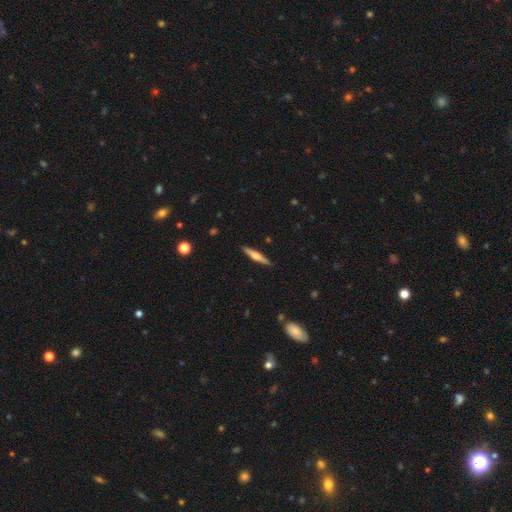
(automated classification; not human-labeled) Overall: featured or disk (60%; smooth 34%). Edge-on disk: yes (97%). Edge-on bulge: rounded (88%). Merging: none (91%).